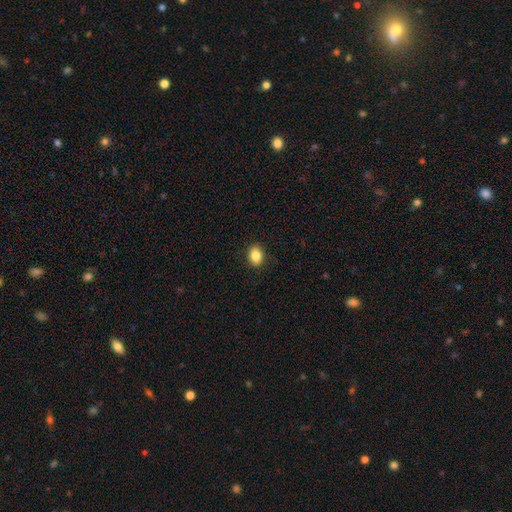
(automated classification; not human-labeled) Q: Smooth or featured?
A: smooth (85%); runner-up: star or artifact (9%)
Q: How rounded?
A: in between (67%); runner-up: round (31%)
Q: Merging?
A: none (89%); runner-up: minor disturbance (8%)